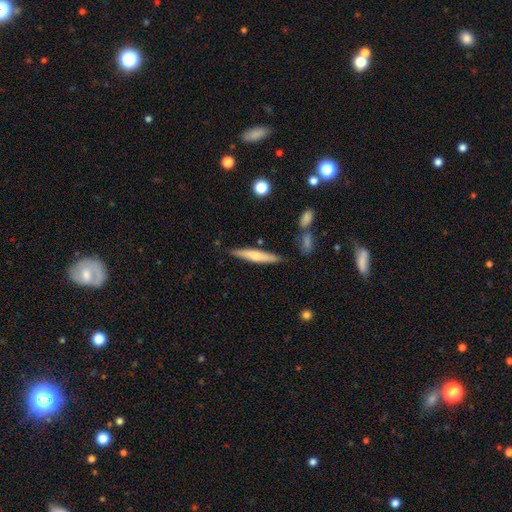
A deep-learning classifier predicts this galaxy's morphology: This appears to be a smooth galaxy with no disk features (57%) that is cigar-shaped (90%). Merging: none (82%).